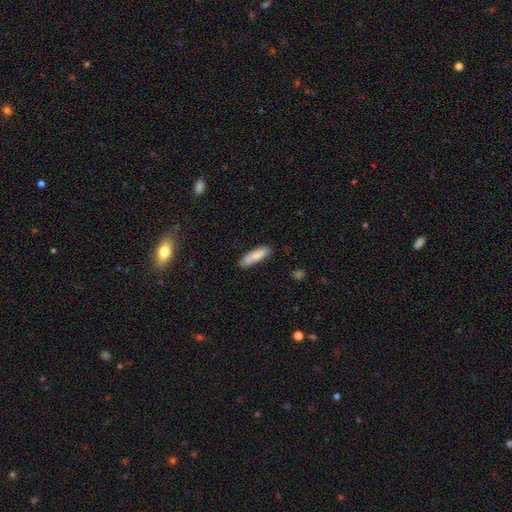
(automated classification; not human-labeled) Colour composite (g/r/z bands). It shows a smooth galaxy with no disk features (83%) that is cigar-shaped (62%). Merging: none (77%).